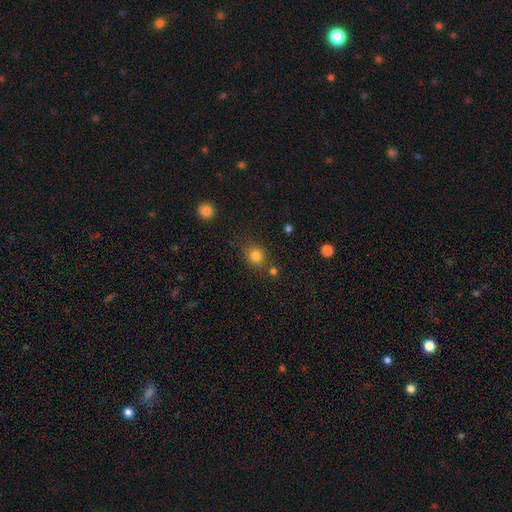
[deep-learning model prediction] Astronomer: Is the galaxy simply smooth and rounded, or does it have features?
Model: smooth — 81%.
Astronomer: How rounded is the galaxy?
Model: round — 84%.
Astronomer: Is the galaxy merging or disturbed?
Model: none — 76%.